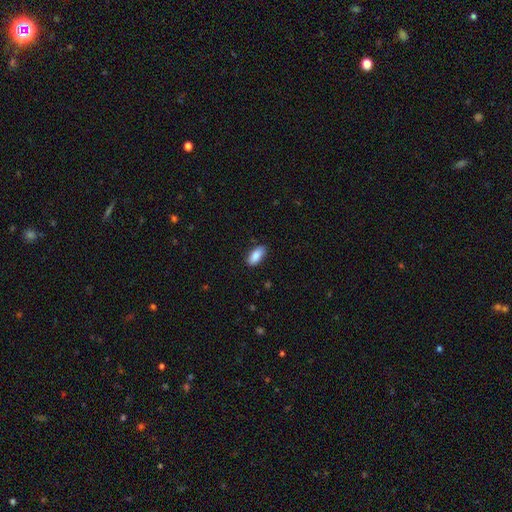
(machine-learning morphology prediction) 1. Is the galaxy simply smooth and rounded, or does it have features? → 89% smooth, 6% star or artifact, 5% featured or disk.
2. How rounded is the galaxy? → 89% in between, 9% cigar-shaped, 2% round.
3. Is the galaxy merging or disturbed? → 84% none, 12% minor disturbance, 2% major disturbance, 1% merger.